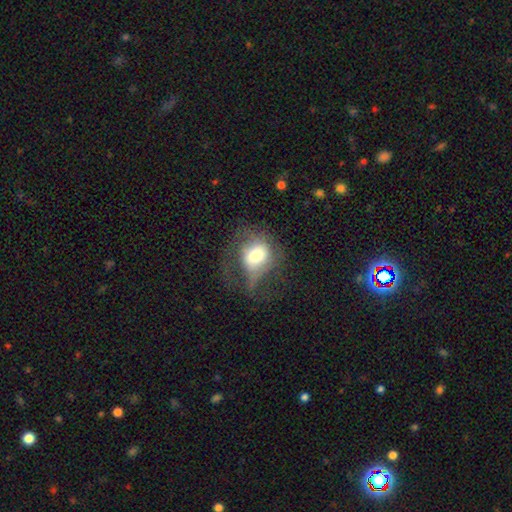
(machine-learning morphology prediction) This appears to be a smooth galaxy with no disk features (55%) that is round (53%). Merging: major disturbance (43%).